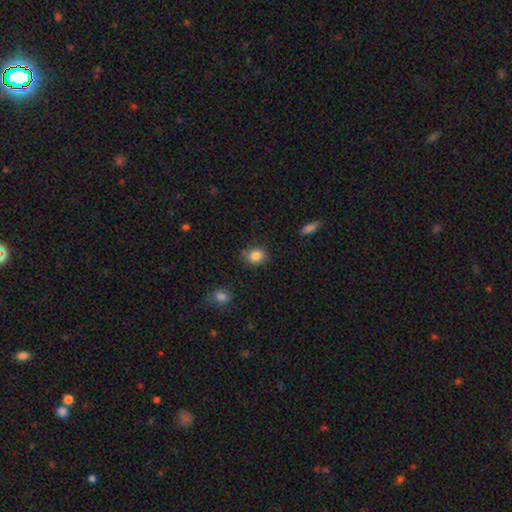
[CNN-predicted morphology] A smooth galaxy with no disk features (84%) that is round (67%). Merging: none (77%).